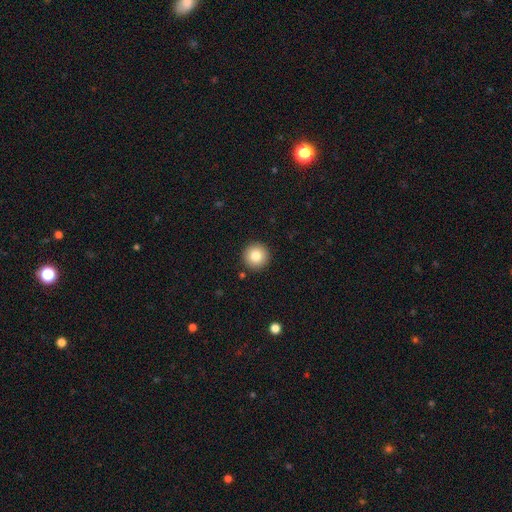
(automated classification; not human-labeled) This appears to be a smooth galaxy with no disk features (82%) that is round (96%). Merging: none (92%).